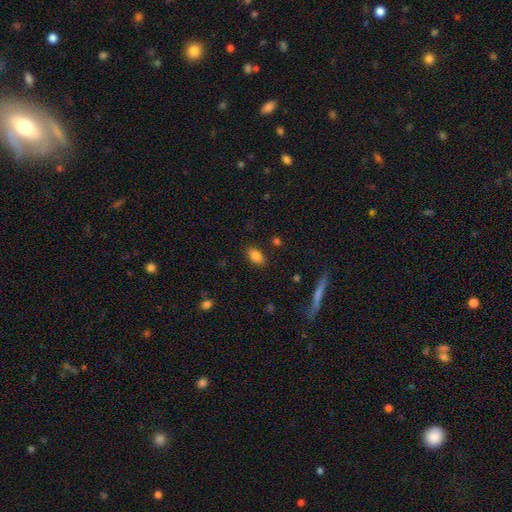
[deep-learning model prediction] smooth-or-featured: smooth: 84% | star or artifact: 9% | featured or disk: 7%
  how-rounded: in between: 86% | round: 11% | cigar-shaped: 3%
  merging: none: 86% | minor disturbance: 10% | major disturbance: 3% | merger: 2%